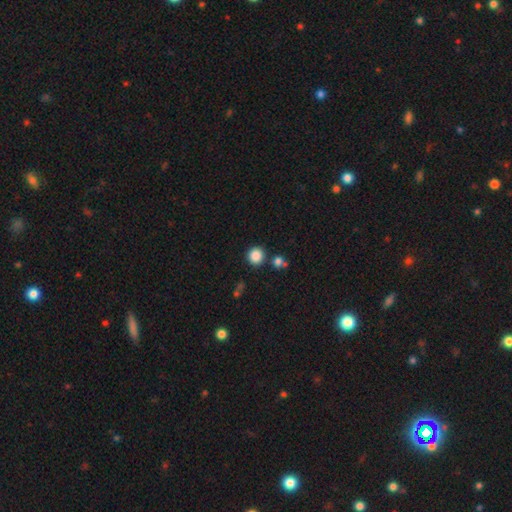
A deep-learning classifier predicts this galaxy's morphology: Smooth or featured? smooth (86%)
How rounded? round (92%)
Merging? none (84%)